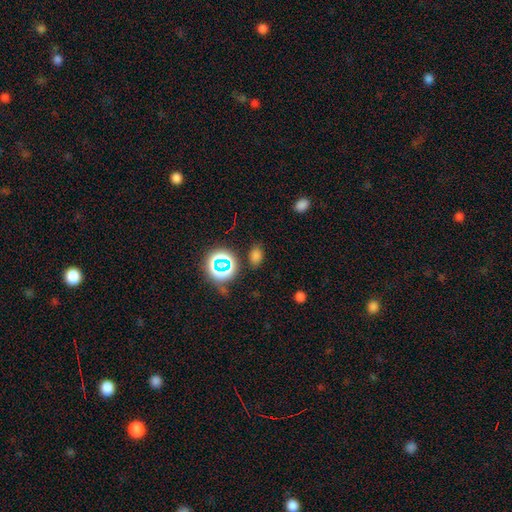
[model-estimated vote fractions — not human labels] smooth-or-featured: smooth: 67% | star or artifact: 27% | featured or disk: 6%
  how-rounded: in between: 78% | round: 21% | cigar-shaped: 2%
  merging: none: 79% | minor disturbance: 13% | major disturbance: 5% | merger: 3%